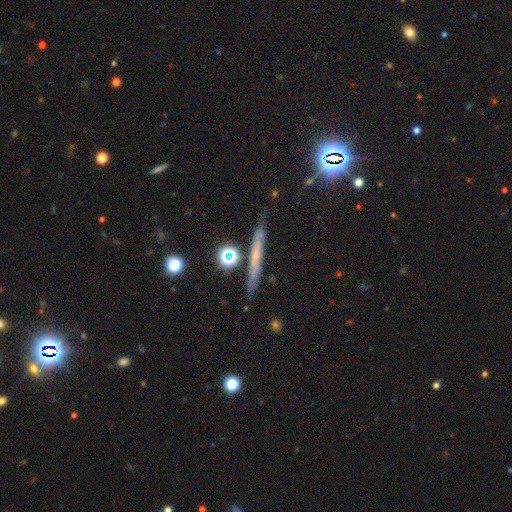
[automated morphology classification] Smooth or featured? Predicted: featured or disk (p=0.44). Merging? Predicted: none (p=0.83).